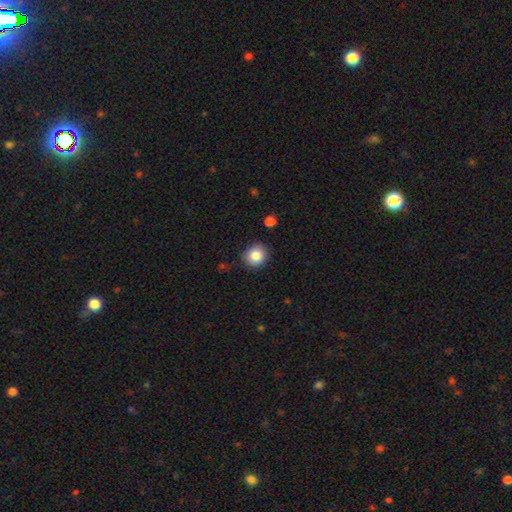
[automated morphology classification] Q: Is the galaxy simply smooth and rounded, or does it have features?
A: smooth — 85%.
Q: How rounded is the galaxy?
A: round — 82%.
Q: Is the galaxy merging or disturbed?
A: none — 85%.